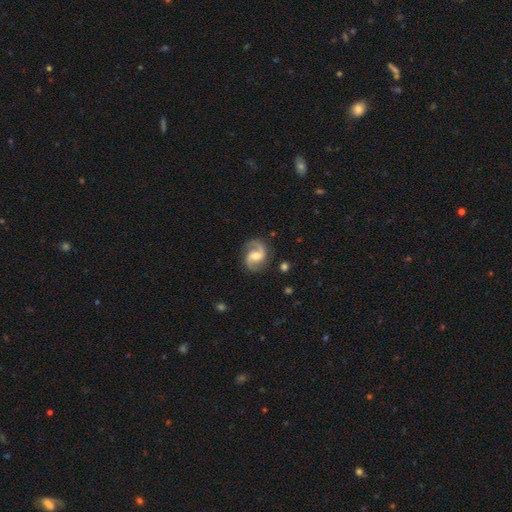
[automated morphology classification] Overall: featured or disk (89%). Edge-on disk: no (98%). Bar: weak (46%; no 40%). Spiral arms: yes (98%). Spiral arm count: 2 (93%). Spiral winding: medium (55%; loose 30%). Bulge size: moderate (60%; small 29%). Merging: none (81%).